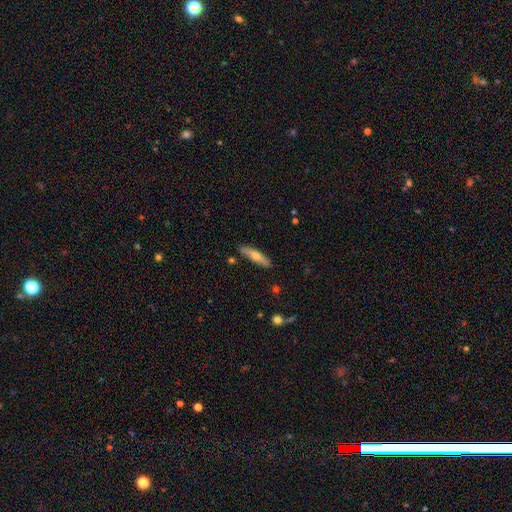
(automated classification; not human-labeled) This appears to be a smooth galaxy with no disk features (60%) that is cigar-shaped (72%). Merging: none (85%).